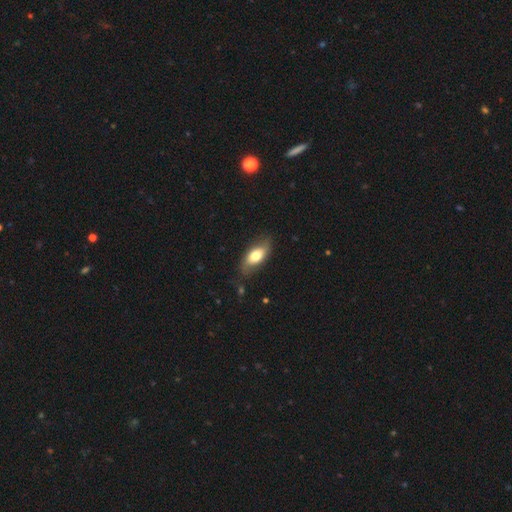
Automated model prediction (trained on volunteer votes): Overall: smooth (65%; featured or disk 29%). How rounded: in between (86%). Merging: none (75%).